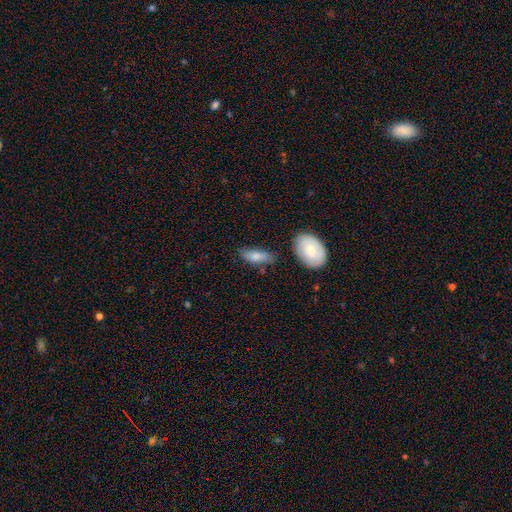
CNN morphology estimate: A smooth galaxy with no disk features (80%) that is in between round and cigar-shaped (75%).

Vote fractions:
- Smooth or featured? smooth: 80% / featured or disk: 14% / star or artifact: 6%
- How rounded? in between: 75% / cigar-shaped: 22% / round: 3%
- Merging? none: 68% / minor disturbance: 20% / merger: 7% / major disturbance: 5%